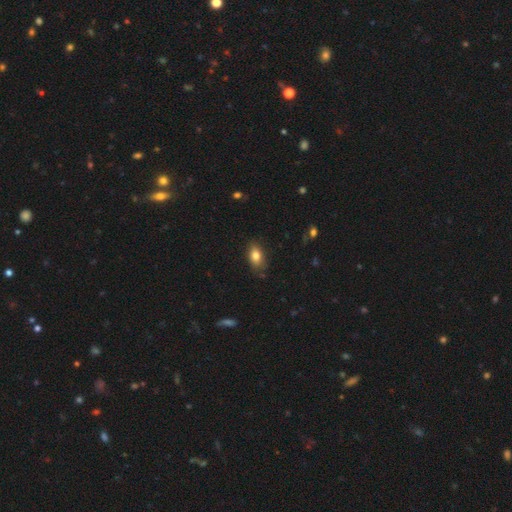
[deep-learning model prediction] A smooth galaxy with no disk features (82%) that is in between round and cigar-shaped (88%). Merging: none (82%).